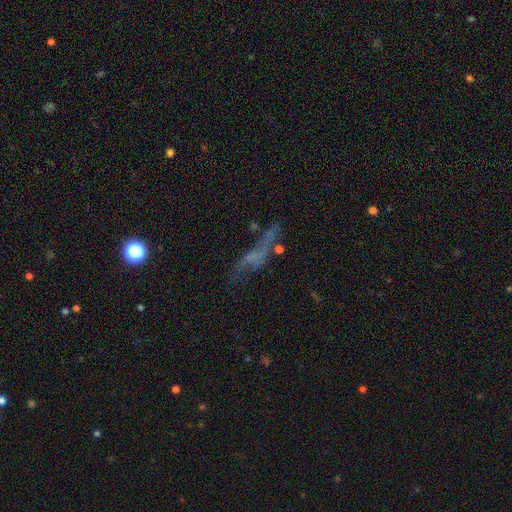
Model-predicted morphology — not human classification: Smooth or featured? featured or disk (49%)
Merging? none (43%)